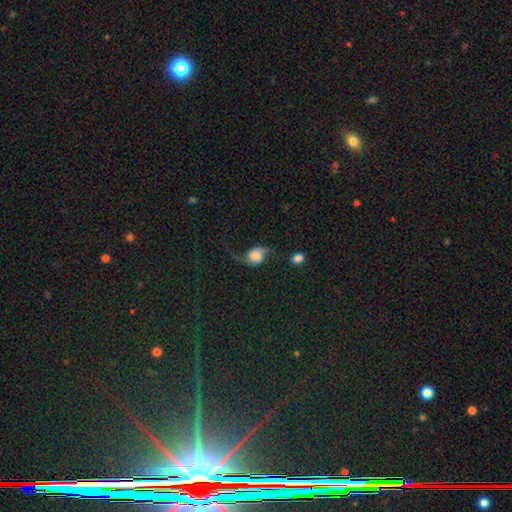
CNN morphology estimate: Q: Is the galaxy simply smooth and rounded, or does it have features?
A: featured or disk — 54%.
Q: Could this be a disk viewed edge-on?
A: no — 95%.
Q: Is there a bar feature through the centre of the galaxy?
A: no — 75%.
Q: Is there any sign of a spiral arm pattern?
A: yes — 91%.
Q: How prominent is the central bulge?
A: dominant — 34%.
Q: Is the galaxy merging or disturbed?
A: none — 49%.